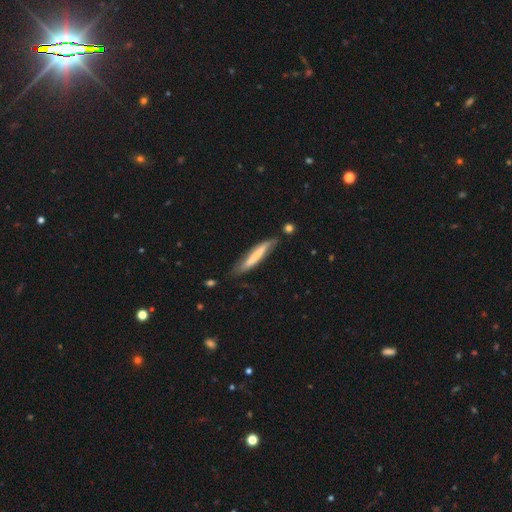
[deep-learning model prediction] This is likely a smooth galaxy (61%). How rounded: clearly cigar-shaped (91%). Merging: likely none (70%).